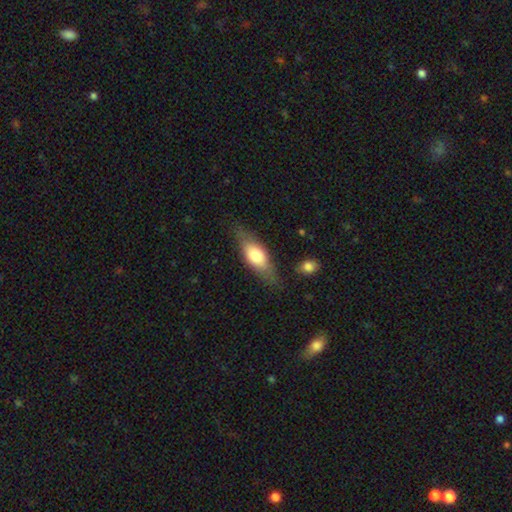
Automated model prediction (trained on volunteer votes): Smooth or featured?
  - smooth: 60% *
  - featured or disk: 34%
  - star or artifact: 6%
How rounded?
  - in between: 64% *
  - cigar-shaped: 32%
  - round: 4%
Merging?
  - none: 74% *
  - minor disturbance: 18%
  - major disturbance: 6%
  - merger: 3%